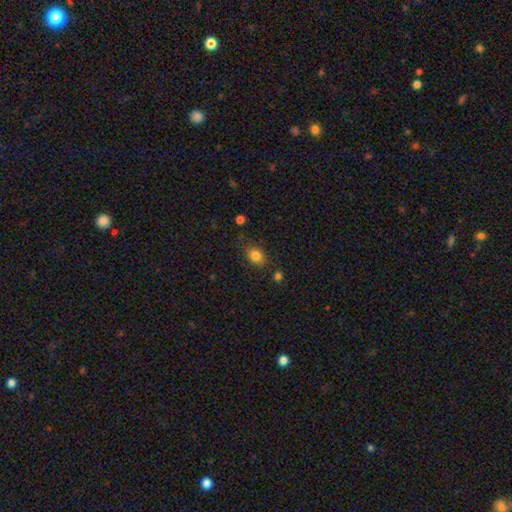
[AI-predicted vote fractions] Smooth or featured?
  - smooth: 83% *
  - star or artifact: 10%
  - featured or disk: 7%
How rounded?
  - in between: 72% *
  - round: 27%
  - cigar-shaped: 1%
Merging?
  - none: 76% *
  - minor disturbance: 16%
  - major disturbance: 4%
  - merger: 4%